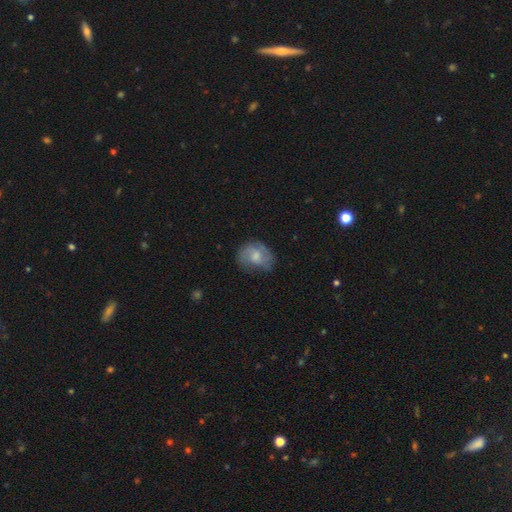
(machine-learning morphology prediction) Q: Smooth or featured?
A: smooth (53%); runner-up: featured or disk (40%)
Q: How rounded?
A: round (52%); runner-up: in between (46%)
Q: Merging?
A: none (56%); runner-up: minor disturbance (28%)